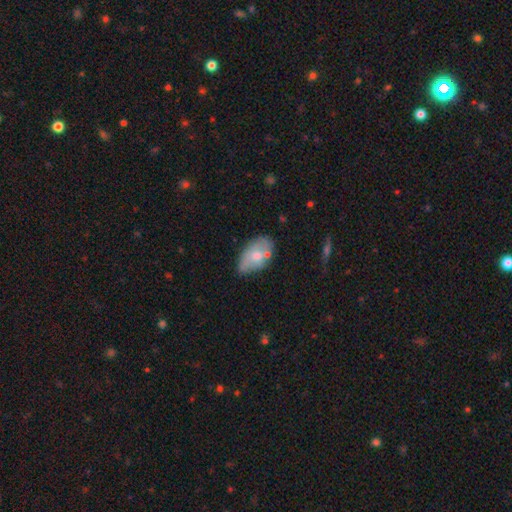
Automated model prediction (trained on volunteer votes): Overall: smooth (60%; featured or disk 34%). How rounded: in between (91%). Merging: none (52%; minor disturbance 30%).